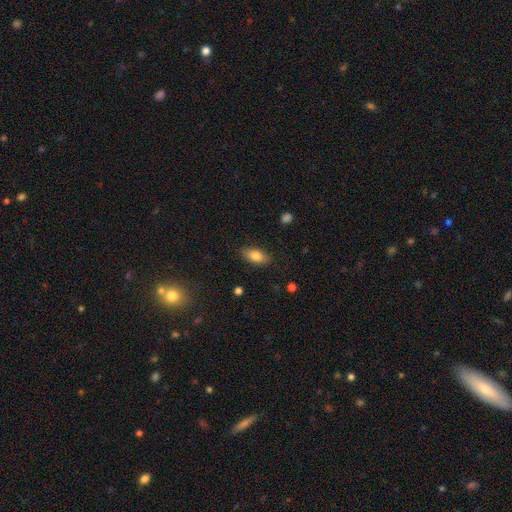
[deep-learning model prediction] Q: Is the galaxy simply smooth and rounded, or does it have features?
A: smooth — 81%.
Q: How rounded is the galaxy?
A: in between — 88%.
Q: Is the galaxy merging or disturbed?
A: none — 86%.